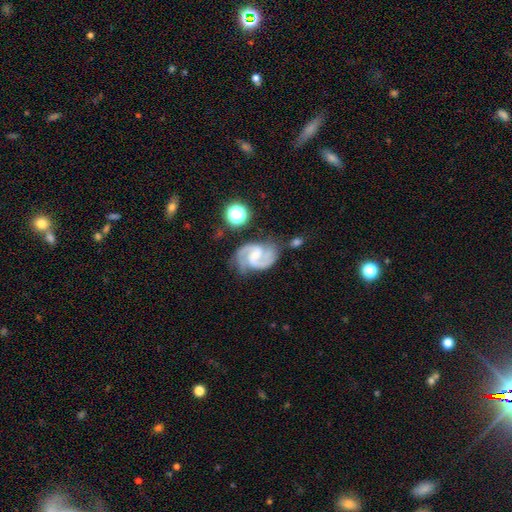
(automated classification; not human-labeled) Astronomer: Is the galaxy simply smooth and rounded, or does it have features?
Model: featured or disk — 91%.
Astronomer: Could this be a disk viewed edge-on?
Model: no — 98%.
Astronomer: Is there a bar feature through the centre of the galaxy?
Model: weak — 52% (runner-up: no, 34%).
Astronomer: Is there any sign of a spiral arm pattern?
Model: yes — 98%.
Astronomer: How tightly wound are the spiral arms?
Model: medium — 62%.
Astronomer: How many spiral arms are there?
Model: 2 — 90%.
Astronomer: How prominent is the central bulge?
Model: small — 50% (runner-up: moderate, 34%).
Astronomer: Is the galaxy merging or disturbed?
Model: none — 68%.